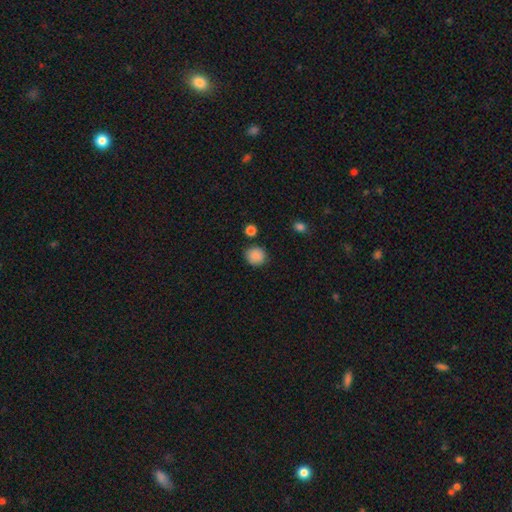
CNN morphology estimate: type=smooth (86%); roundness=round (89%); merging=none (85%).